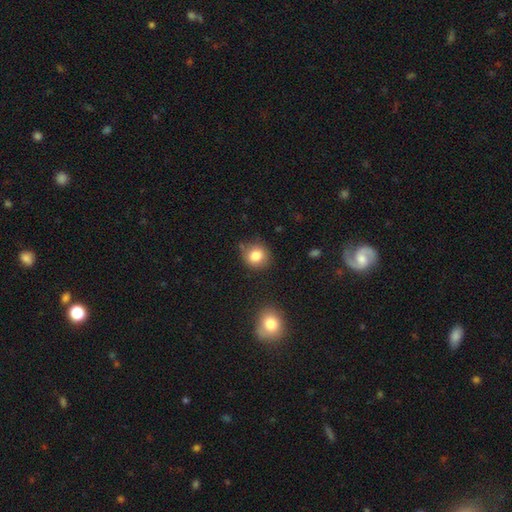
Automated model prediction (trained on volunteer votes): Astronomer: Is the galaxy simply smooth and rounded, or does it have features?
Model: smooth — 82%.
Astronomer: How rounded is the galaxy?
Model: round — 85%.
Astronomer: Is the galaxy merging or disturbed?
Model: none — 78%.